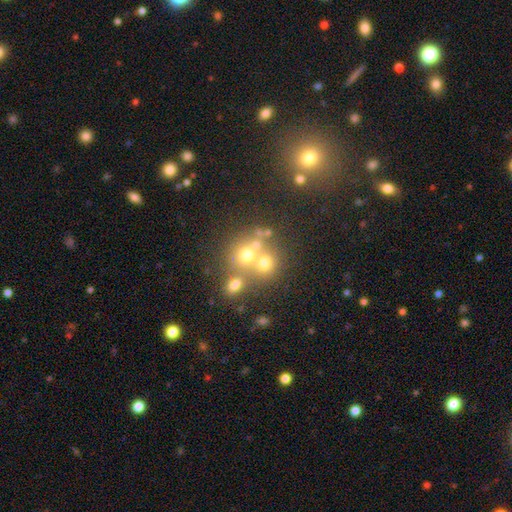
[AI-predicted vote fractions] A smooth galaxy with no disk features (43%).

Vote fractions:
- Smooth or featured? smooth: 43% / star or artifact: 35% / featured or disk: 21%
- Merging? none: 44% / merger: 43% / minor disturbance: 8% / major disturbance: 5%